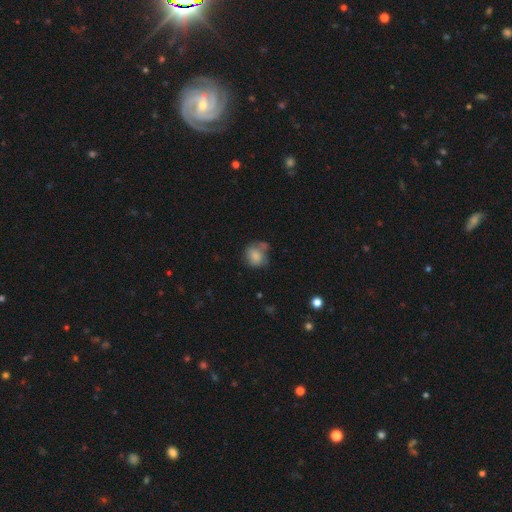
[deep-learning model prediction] Q: Smooth or featured?
A: smooth (77%); runner-up: featured or disk (13%)
Q: How rounded?
A: round (72%); runner-up: in between (27%)
Q: Merging?
A: none (48%); runner-up: minor disturbance (28%)